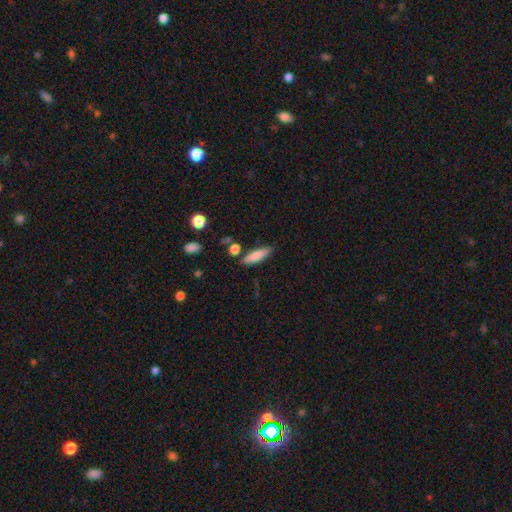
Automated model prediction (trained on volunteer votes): Smooth or featured?
  - smooth: 81% *
  - featured or disk: 12%
  - star or artifact: 7%
How rounded?
  - cigar-shaped: 61% *
  - in between: 37%
  - round: 2%
Merging?
  - none: 79% *
  - minor disturbance: 12%
  - merger: 5%
  - major disturbance: 3%